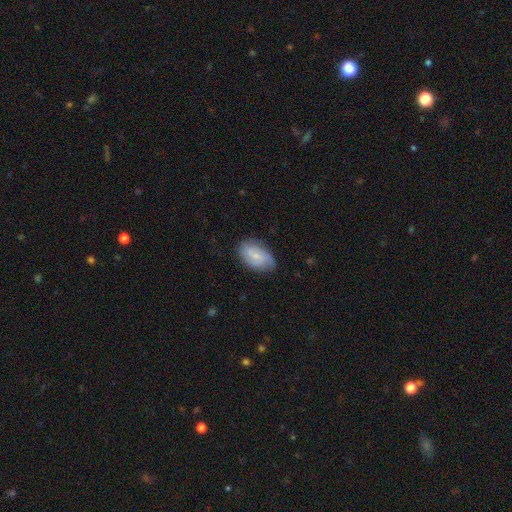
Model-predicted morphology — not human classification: Smooth or featured? Predicted: smooth (p=0.56). How rounded? Predicted: in between (p=0.91). Merging? Predicted: none (p=0.69).